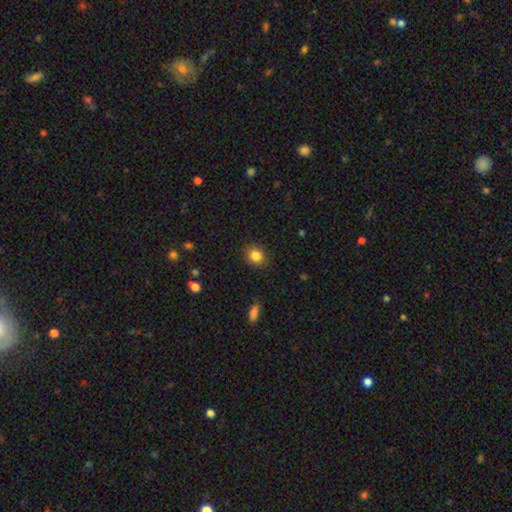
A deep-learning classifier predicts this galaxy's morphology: type=smooth (84%); roundness=round (76%); merging=none (88%).